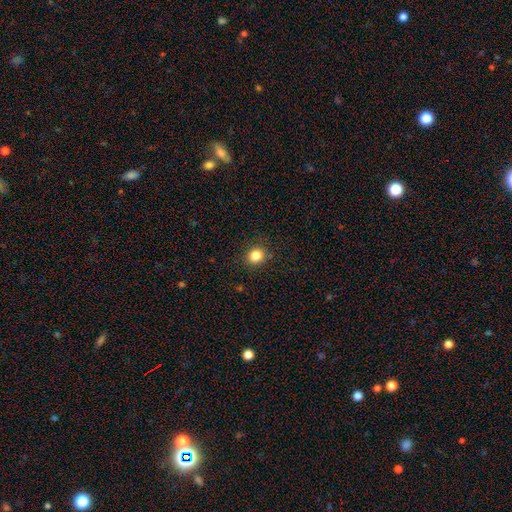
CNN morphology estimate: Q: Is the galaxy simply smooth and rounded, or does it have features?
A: smooth — 84%.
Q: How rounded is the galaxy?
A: round — 78%.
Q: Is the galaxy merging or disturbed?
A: none — 89%.